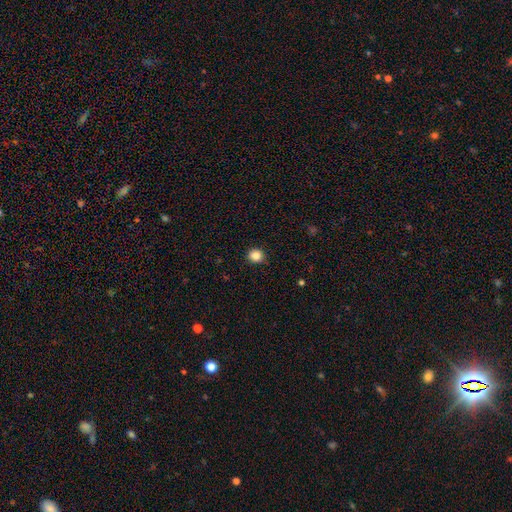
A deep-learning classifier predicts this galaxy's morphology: This is clearly a smooth galaxy (86%). How rounded: clearly round (87%). Merging: clearly none (91%).